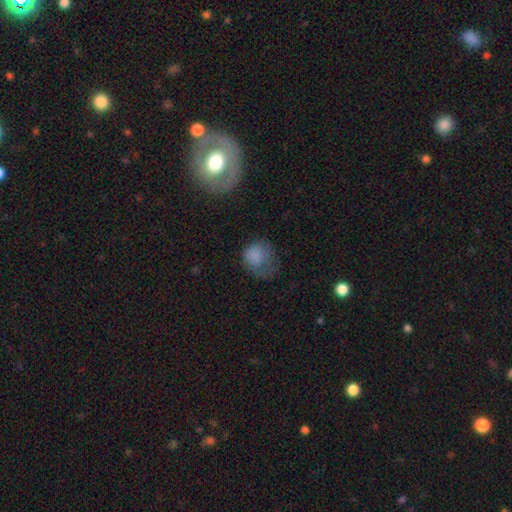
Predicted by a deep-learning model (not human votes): Smooth or featured: smooth — 78% (featured or disk — 12%)
How rounded: round — 66% (in between — 33%)
Merging: major disturbance — 34% (none — 33%)